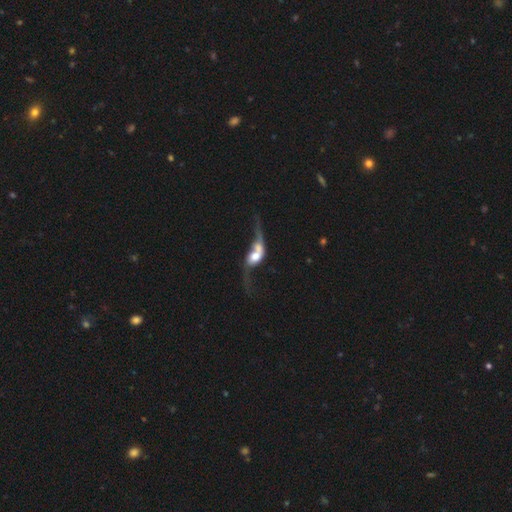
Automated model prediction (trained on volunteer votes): This appears to be a featured or disk galaxy (59%) with no bar (68%), spiral arms (66%) and a large central bulge (37%). Merging: merger (62%).